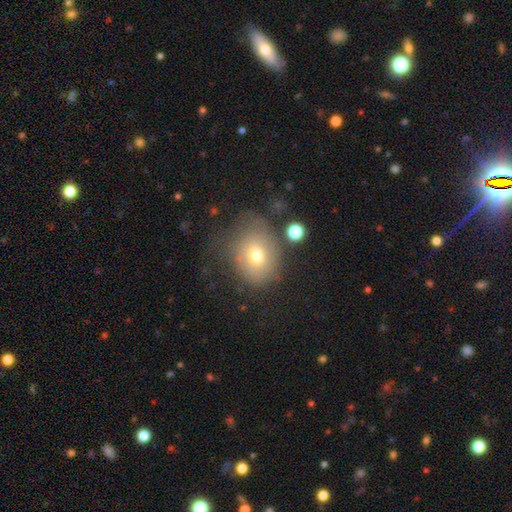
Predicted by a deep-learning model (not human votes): A smooth galaxy with no disk features (66%) that is round (57%). Merging: none (55%).